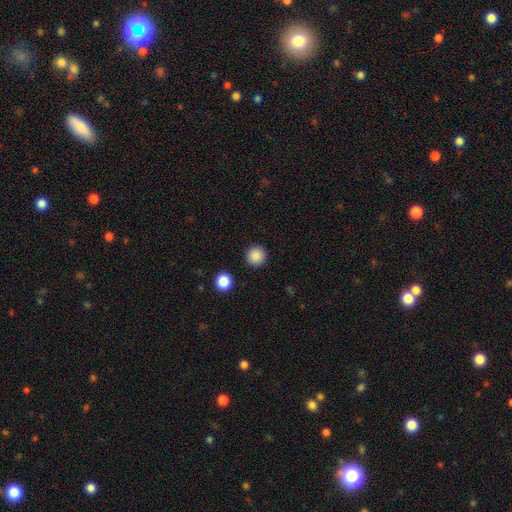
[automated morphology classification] Overall: smooth (87%). How rounded: round (95%). Merging: none (92%).